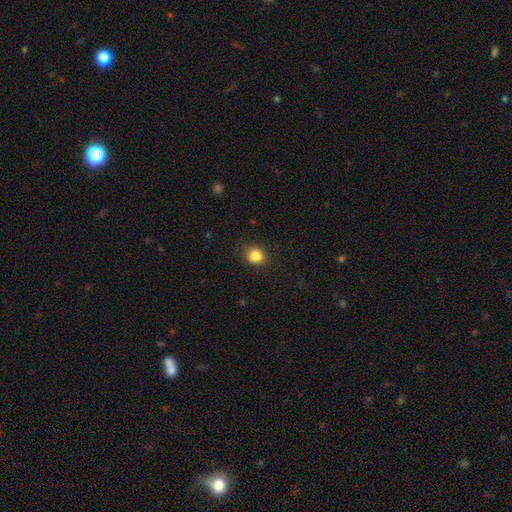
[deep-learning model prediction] Morphology: type=smooth (86%); roundness=round (78%); merging=none (87%).